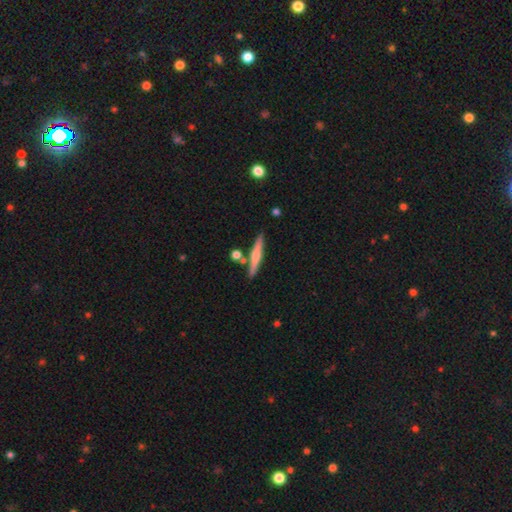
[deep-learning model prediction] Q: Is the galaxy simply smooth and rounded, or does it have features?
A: smooth — 50%.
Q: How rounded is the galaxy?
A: cigar-shaped — 92%.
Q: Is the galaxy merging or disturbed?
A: none — 81%.